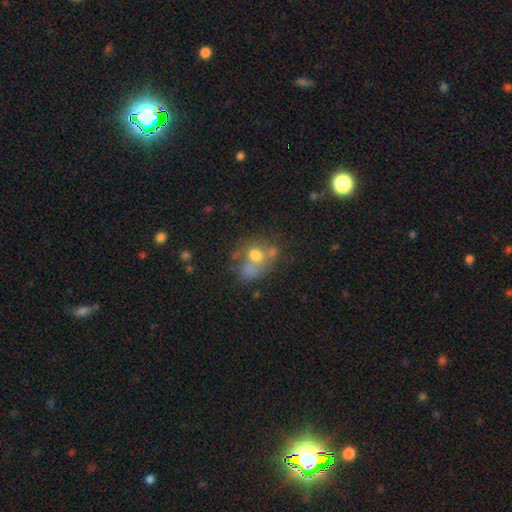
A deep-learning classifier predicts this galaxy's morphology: This appears to be a smooth galaxy with no disk features (55%) that is in between round and cigar-shaped (50%). Merging: merger (37%).